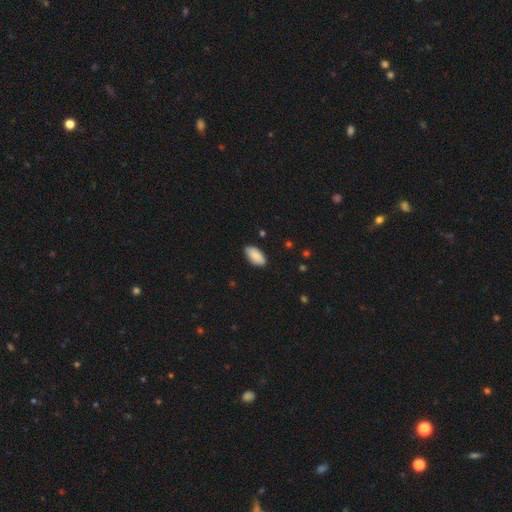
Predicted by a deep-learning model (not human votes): smooth-or-featured: smooth: 88% | featured or disk: 6% | star or artifact: 6%
  how-rounded: in between: 94% | cigar-shaped: 5% | round: 2%
  merging: none: 86% | minor disturbance: 11% | major disturbance: 2% | merger: 1%